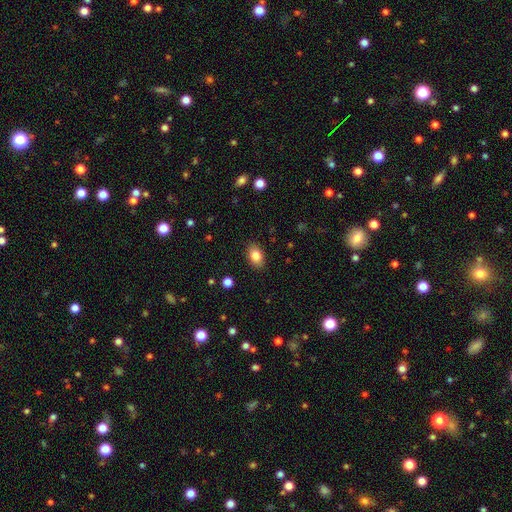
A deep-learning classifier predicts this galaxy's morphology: This appears to be a smooth galaxy with no disk features (84%) that is in between round and cigar-shaped (85%). Merging: none (87%).